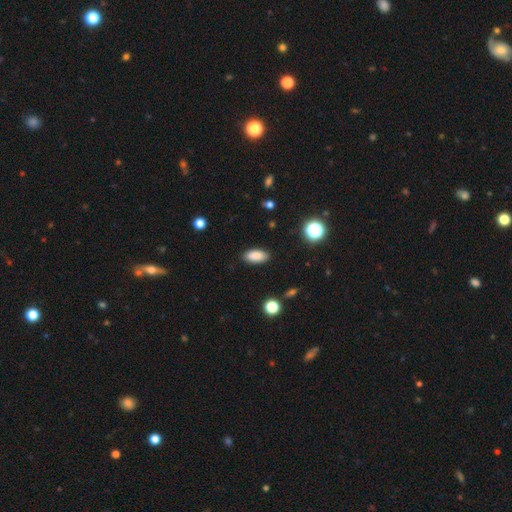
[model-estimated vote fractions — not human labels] A smooth galaxy with no disk features (87%) that is in between round and cigar-shaped (89%). Merging: none (88%).